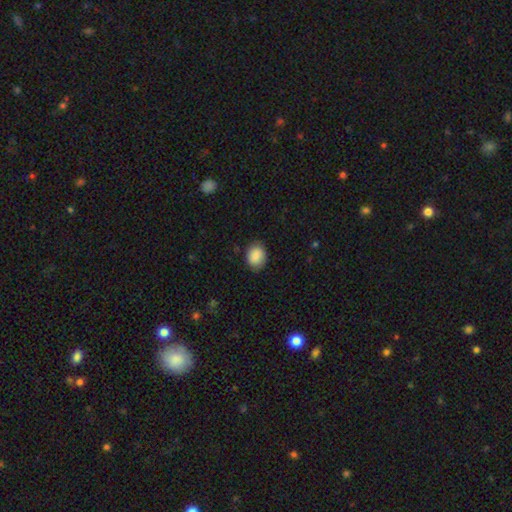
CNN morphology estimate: The model was most divided on "how rounded": in between: 56%, round: 43%, cigar-shaped: 1%. More confident: smooth or featured — smooth (85%); merging — none (81%).